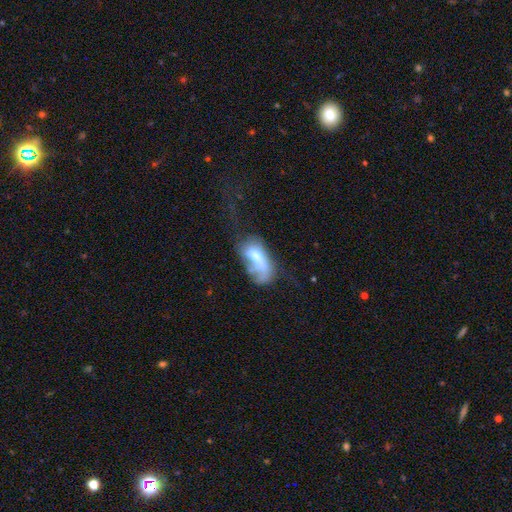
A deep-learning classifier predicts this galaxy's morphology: Overall: smooth (48%; featured or disk 43%). Merging: major disturbance (42%; none 21%).